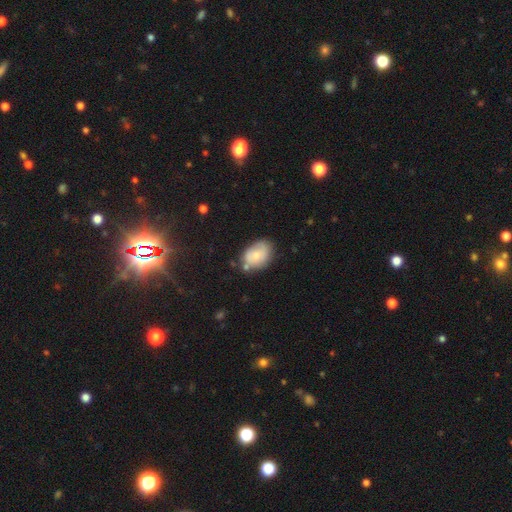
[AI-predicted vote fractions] Smooth or featured: smooth — 63% (featured or disk — 29%)
How rounded: in between — 77% (round — 21%)
Merging: none — 59% (minor disturbance — 26%)